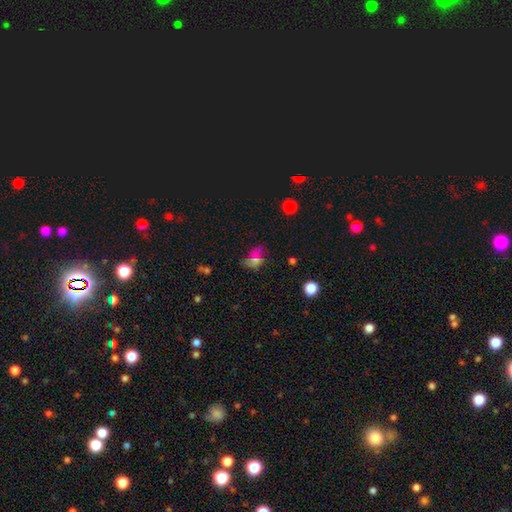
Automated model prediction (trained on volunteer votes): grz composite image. It shows a smooth galaxy with no disk features (57%) that is in between round and cigar-shaped (77%). Merging: none (42%).